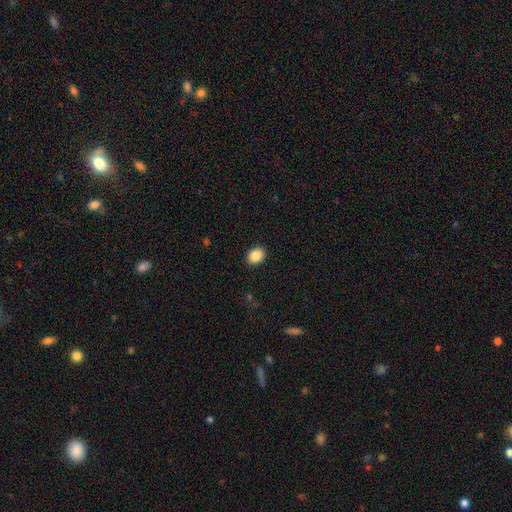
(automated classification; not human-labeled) This appears to be a smooth galaxy with no disk features (87%) that is in between round and cigar-shaped (60%). Merging: none (90%).